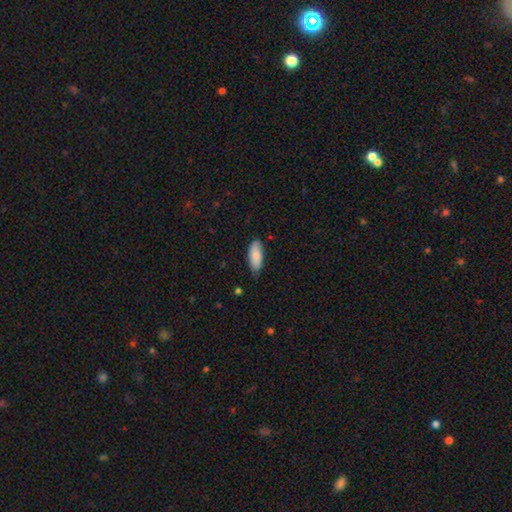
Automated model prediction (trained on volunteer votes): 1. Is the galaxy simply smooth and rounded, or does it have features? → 84% smooth, 10% featured or disk, 6% star or artifact.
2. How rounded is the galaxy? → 80% in between, 19% cigar-shaped, 2% round.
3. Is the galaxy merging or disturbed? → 75% none, 21% minor disturbance, 3% major disturbance, 1% merger.